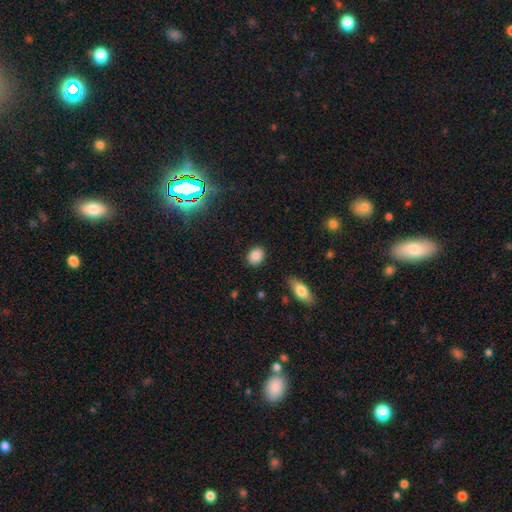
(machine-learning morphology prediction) This is clearly a smooth galaxy (86%). How rounded: possibly round (53%). Merging: clearly none (87%).